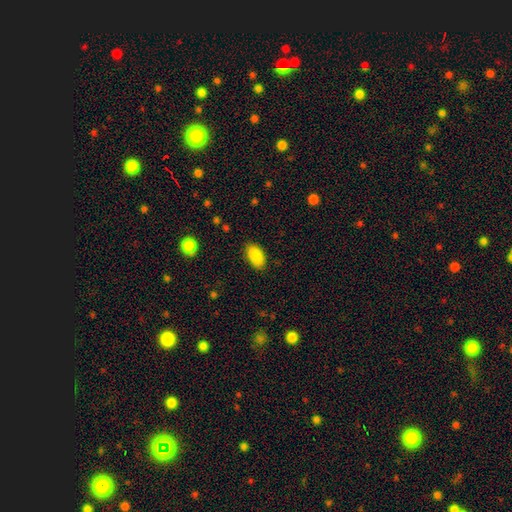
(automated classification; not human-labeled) smooth_or_featured: smooth (p=0.90) [alt: star or artifact p=0.07]
how_rounded: in between (p=0.94) [alt: round p=0.03]
merging: none (p=0.86) [alt: minor disturbance p=0.10]